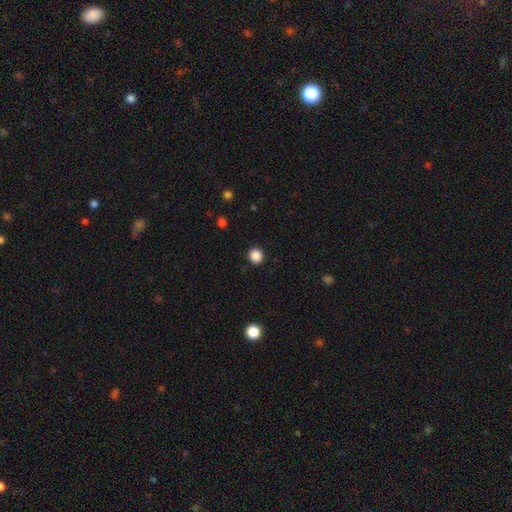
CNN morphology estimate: Smooth or featured? Predicted: smooth (p=0.87). How rounded? Predicted: round (p=0.89). Merging? Predicted: none (p=0.92).